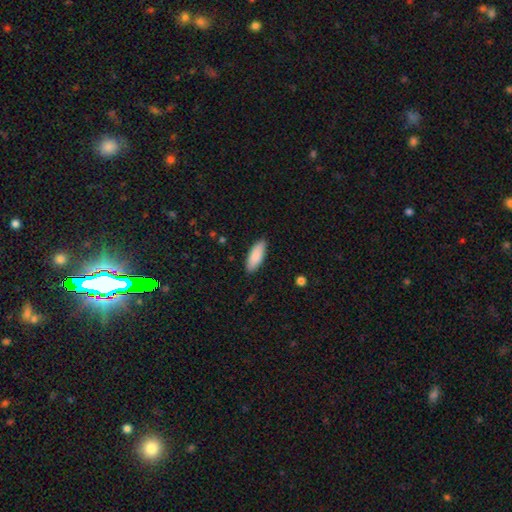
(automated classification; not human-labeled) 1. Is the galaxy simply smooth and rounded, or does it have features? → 88% smooth, 6% featured or disk, 6% star or artifact.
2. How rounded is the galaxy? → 70% in between, 28% cigar-shaped, 2% round.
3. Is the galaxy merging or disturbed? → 88% none, 9% minor disturbance, 2% major disturbance, 1% merger.